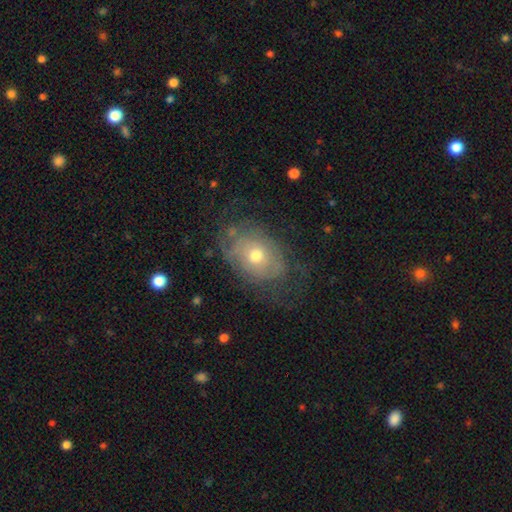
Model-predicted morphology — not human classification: featured or disk 56%, smooth 35%, star or artifact 9%. Down the decision tree: edge-on disk — no (94%); bar — no (85%); spiral arms — yes (55%); bulge size — moderate (61%); merging — none (59%).